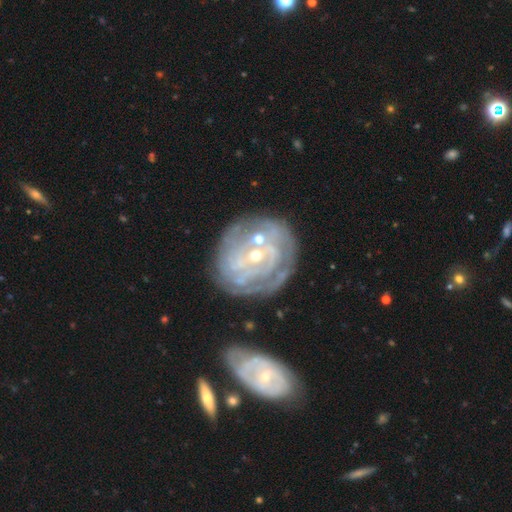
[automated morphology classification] Smooth or featured? featured or disk (80%)
Edge-on disk? no (97%)
Bar? no (56%)
Spiral arms? yes (83%)
Spiral winding? tight (74%)
Spiral arm count? can't tell (47%)
Bulge size? small (71%)
Merging? none (60%)